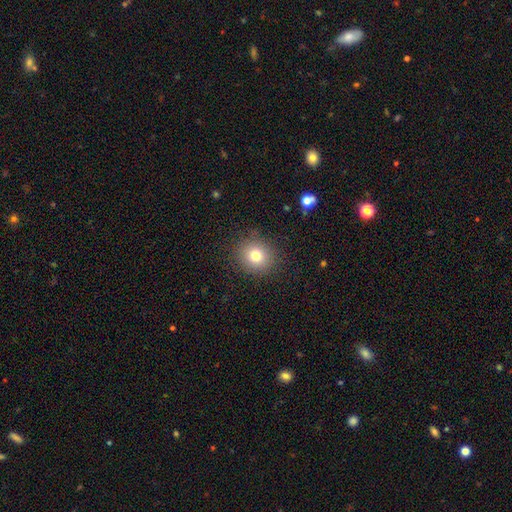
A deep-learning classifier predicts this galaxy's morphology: Overall: smooth (78%). How rounded: round (85%). Merging: none (87%).